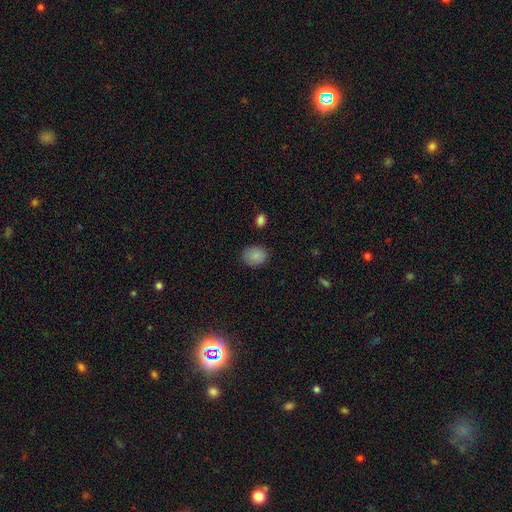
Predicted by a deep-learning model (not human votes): This is clearly a smooth galaxy (87%). How rounded: possibly round (56%). Merging: clearly none (83%).